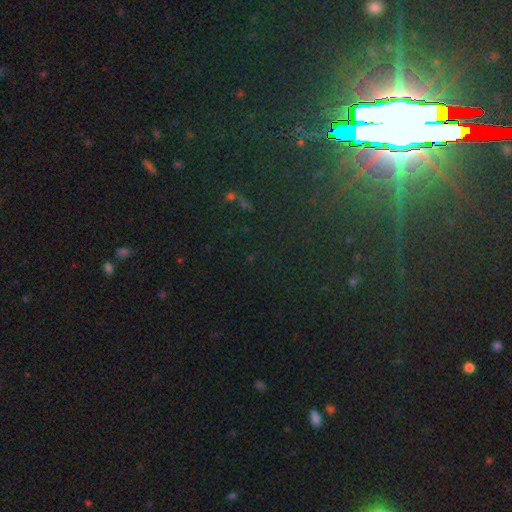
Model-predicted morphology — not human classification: type=star or artifact (77%).